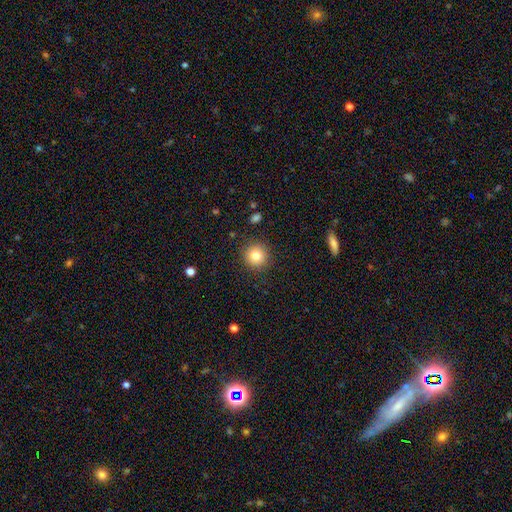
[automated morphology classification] type=smooth (81%); roundness=round (94%); merging=none (90%).